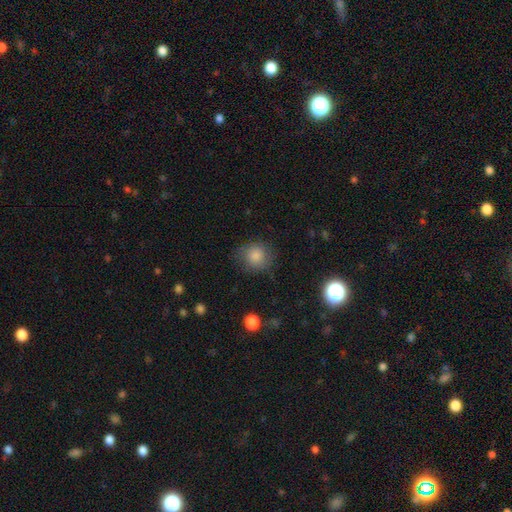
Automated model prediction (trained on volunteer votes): Smooth or featured? Predicted: smooth (p=0.83). How rounded? Predicted: round (p=0.85). Merging? Predicted: none (p=0.76).